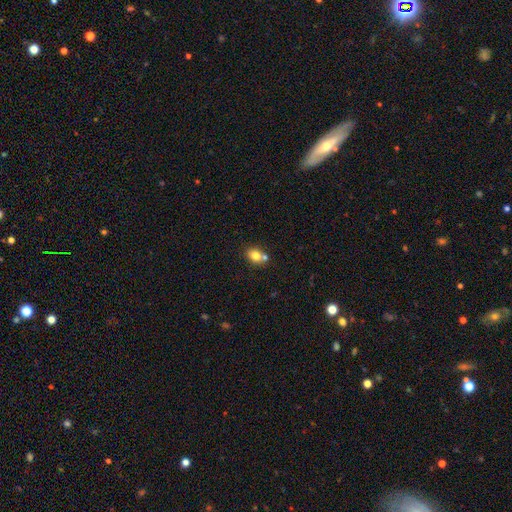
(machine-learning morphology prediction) Overall: smooth (78%). How rounded: in between (56%; round 43%). Merging: none (57%; merger 29%).